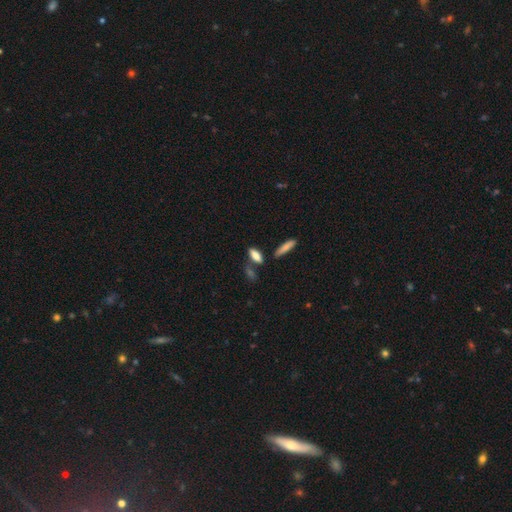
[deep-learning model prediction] A smooth galaxy with no disk features (78%) that is in between round and cigar-shaped (60%).

Vote fractions:
- Smooth or featured? smooth: 78% / featured or disk: 13% / star or artifact: 9%
- How rounded? in between: 60% / cigar-shaped: 36% / round: 4%
- Merging? none: 64% / merger: 16% / minor disturbance: 15% / major disturbance: 6%